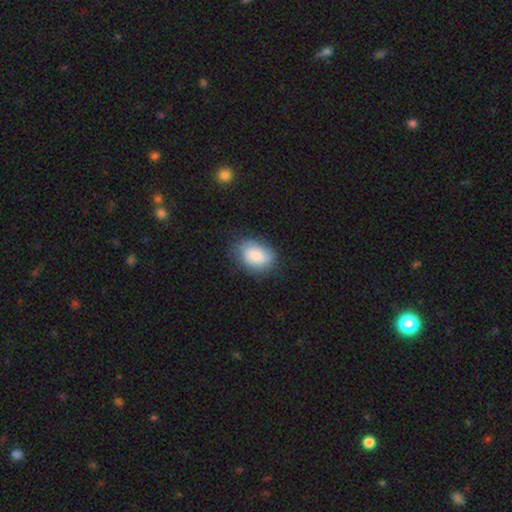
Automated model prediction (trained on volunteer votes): A smooth galaxy with no disk features (74%) that is in between round and cigar-shaped (72%). Merging: none (69%).